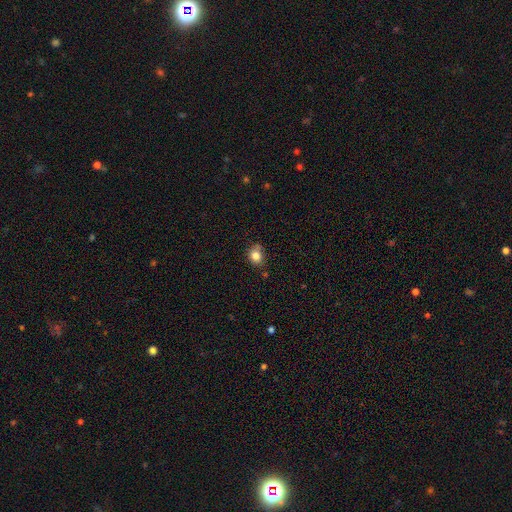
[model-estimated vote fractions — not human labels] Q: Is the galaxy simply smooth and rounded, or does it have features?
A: smooth — 82%.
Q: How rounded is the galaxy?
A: round — 64%.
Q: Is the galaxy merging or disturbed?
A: none — 66%.